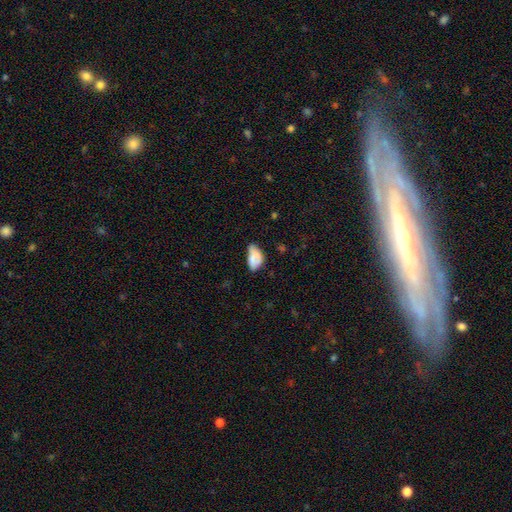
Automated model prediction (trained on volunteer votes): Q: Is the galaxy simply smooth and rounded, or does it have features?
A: smooth — 72%.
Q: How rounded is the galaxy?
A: in between — 92%.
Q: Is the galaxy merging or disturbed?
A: minor disturbance — 41%.